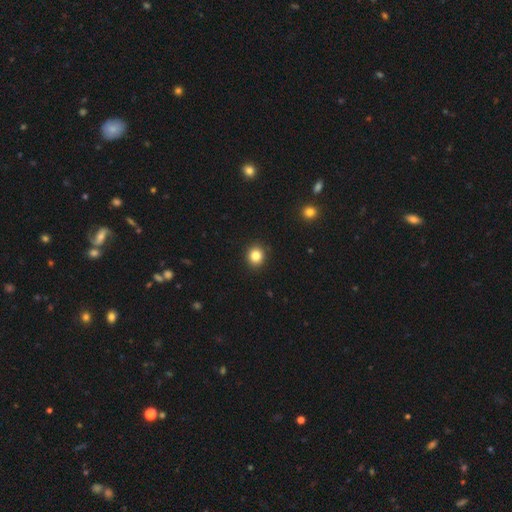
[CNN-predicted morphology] A smooth galaxy with no disk features (83%) that is round (85%).

Vote fractions:
- Smooth or featured? smooth: 83% / star or artifact: 11% / featured or disk: 5%
- How rounded? round: 85% / in between: 14% / cigar-shaped: 1%
- Merging? none: 91% / minor disturbance: 6% / major disturbance: 2% / merger: 1%